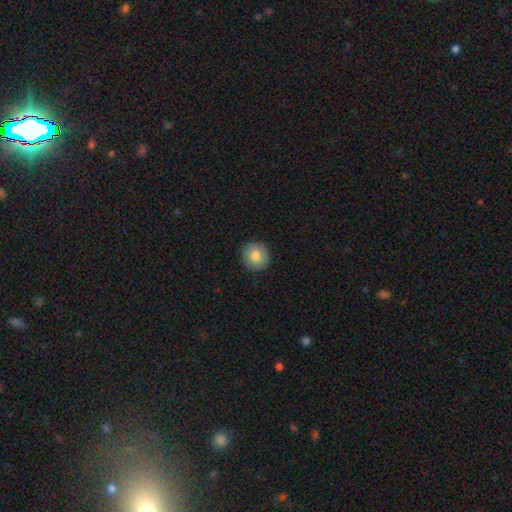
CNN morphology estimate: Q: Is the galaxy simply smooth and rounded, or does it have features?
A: smooth — 82%.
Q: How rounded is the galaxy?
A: round — 92%.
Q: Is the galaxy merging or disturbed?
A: none — 91%.